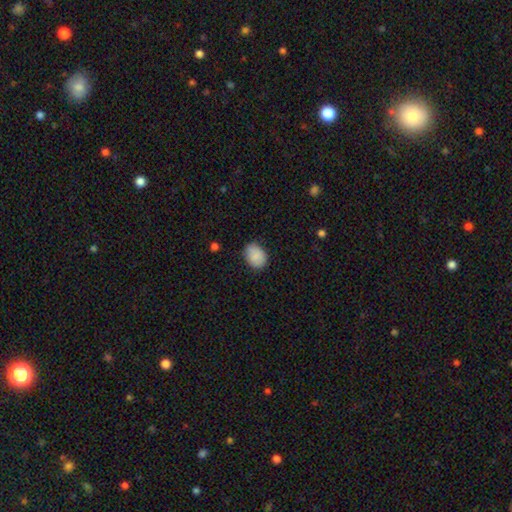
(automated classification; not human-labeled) A smooth galaxy with no disk features (86%) that is in between round and cigar-shaped (68%).

Vote fractions:
- Smooth or featured? smooth: 86% / star or artifact: 7% / featured or disk: 7%
- How rounded? in between: 68% / round: 31% / cigar-shaped: 1%
- Merging? none: 79% / minor disturbance: 17% / major disturbance: 3% / merger: 1%